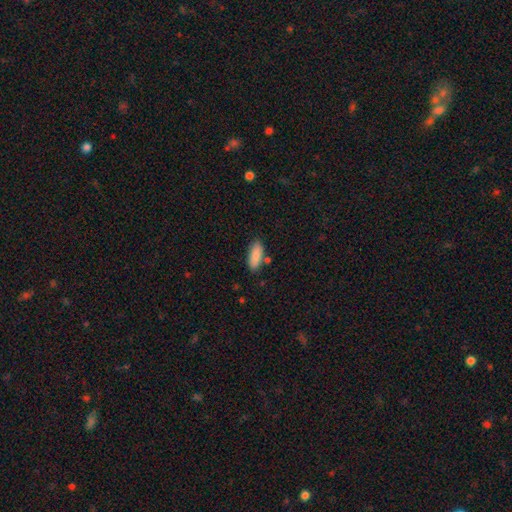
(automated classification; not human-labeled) Smooth or featured: smooth — 88% (star or artifact — 6%)
How rounded: in between — 76% (cigar-shaped — 22%)
Merging: none — 80% (minor disturbance — 12%)